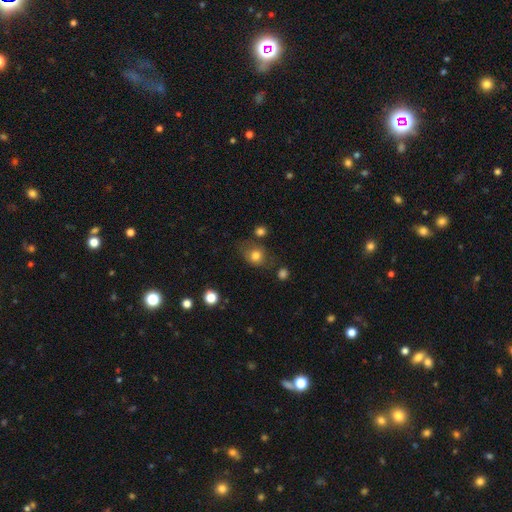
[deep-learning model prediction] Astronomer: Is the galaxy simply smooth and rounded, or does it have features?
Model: smooth — 78%.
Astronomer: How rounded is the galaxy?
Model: round — 60% (runner-up: in between, 39%).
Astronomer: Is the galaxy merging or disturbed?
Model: none — 61%.